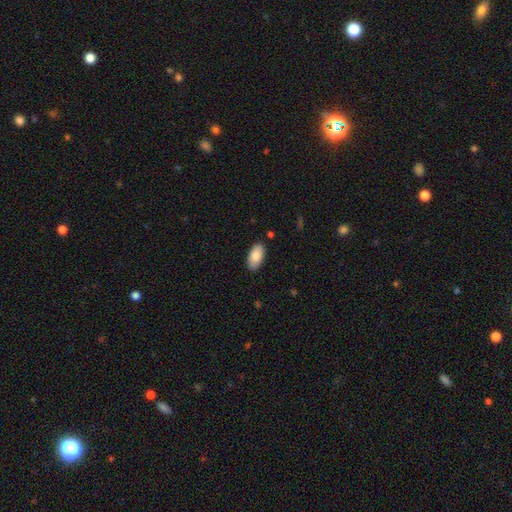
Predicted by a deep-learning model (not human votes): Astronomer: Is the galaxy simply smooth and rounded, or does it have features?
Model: smooth — 86%.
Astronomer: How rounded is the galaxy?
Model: in between — 95%.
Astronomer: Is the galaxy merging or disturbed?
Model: none — 86%.